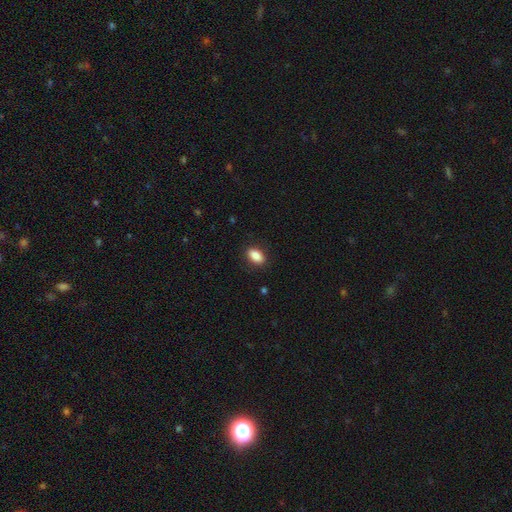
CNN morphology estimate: This appears to be a smooth galaxy with no disk features (88%) that is in between round and cigar-shaped (89%). Merging: none (88%).